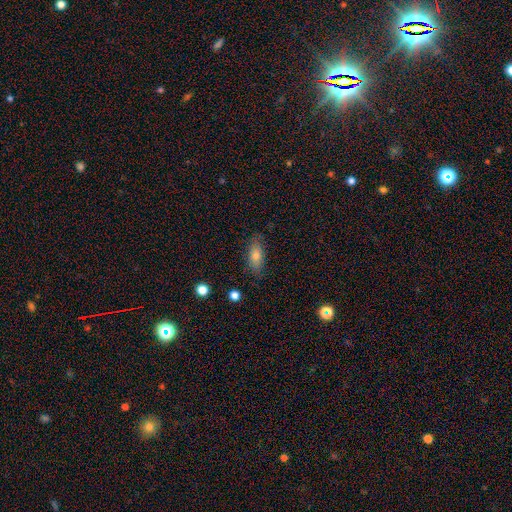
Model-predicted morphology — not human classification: Smooth or featured? smooth (71%)
How rounded? in between (73%)
Merging? none (83%)